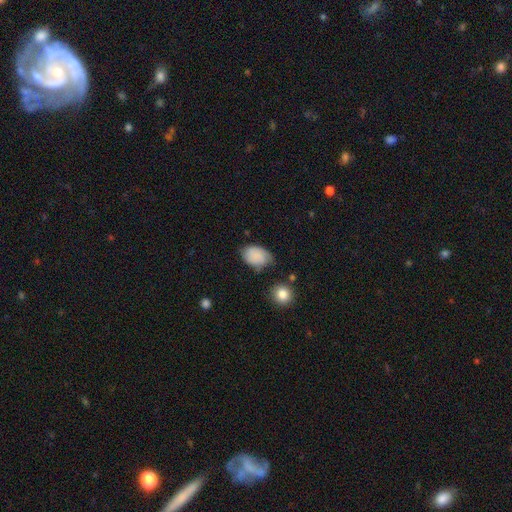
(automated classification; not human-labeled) A smooth galaxy with no disk features (83%) that is in between round and cigar-shaped (80%). Merging: none (58%).